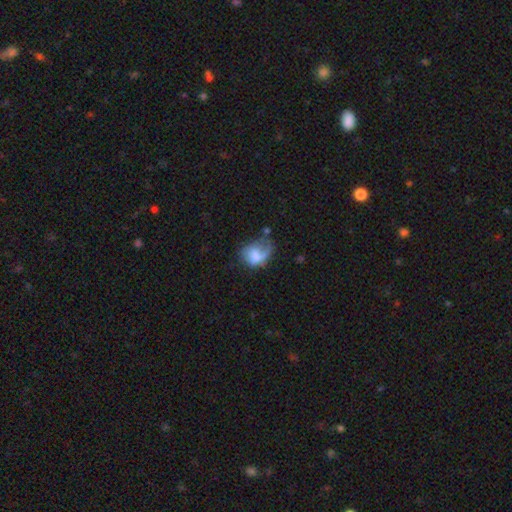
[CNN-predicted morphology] A smooth galaxy with no disk features (53%) that is in between round and cigar-shaped (68%).

Vote fractions:
- Smooth or featured? smooth: 53% / featured or disk: 38% / star or artifact: 9%
- How rounded? in between: 68% / round: 30% / cigar-shaped: 1%
- Merging? major disturbance: 40% / minor disturbance: 26% / none: 26% / merger: 8%